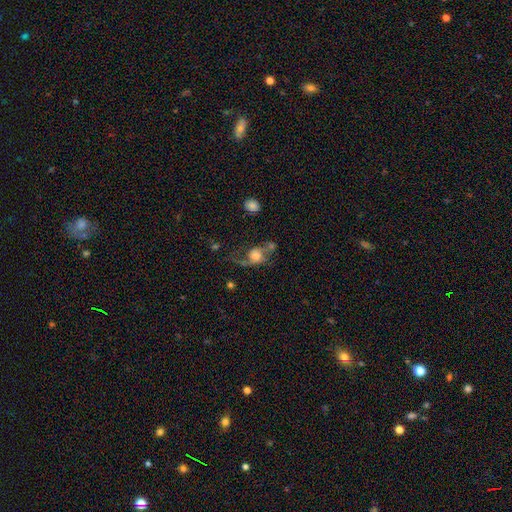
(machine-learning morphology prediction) Smooth or featured? Predicted: featured or disk (p=0.55). Edge-on disk? Predicted: no (p=0.93). Bar? Predicted: no (p=0.75). Spiral arms? Predicted: yes (p=0.76). Bulge size? Predicted: moderate (p=0.51). Merging? Predicted: none (p=0.35).